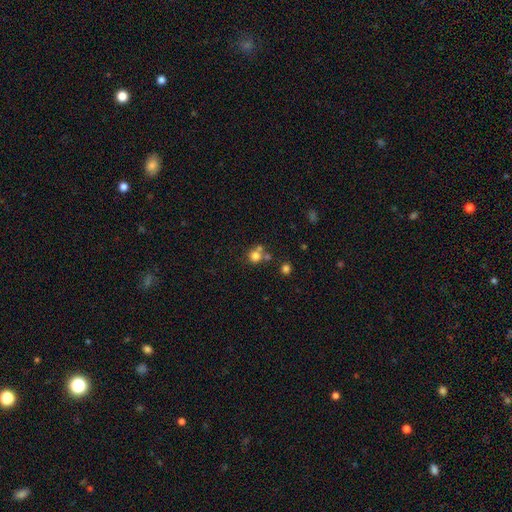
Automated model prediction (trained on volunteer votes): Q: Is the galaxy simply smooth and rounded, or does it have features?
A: smooth — 76%.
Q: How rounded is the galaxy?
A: round — 88%.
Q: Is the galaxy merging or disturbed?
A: none — 55%.